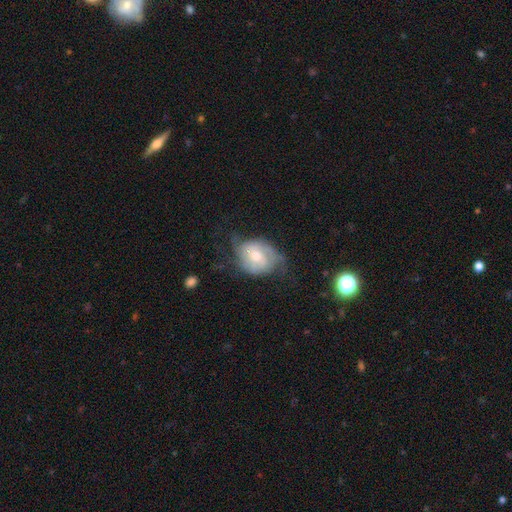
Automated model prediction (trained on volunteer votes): The model was most divided on "spiral winding" (2-way tie): tight: 40%, medium: 40%, loose: 20%. Remaining: edge-on disk — no (97%); spiral arms — yes (86%); smooth or featured — featured or disk (67%); bulge size — moderate (60%); spiral arm count — 2 (53%); bar — no (51%); merging — none (50%).